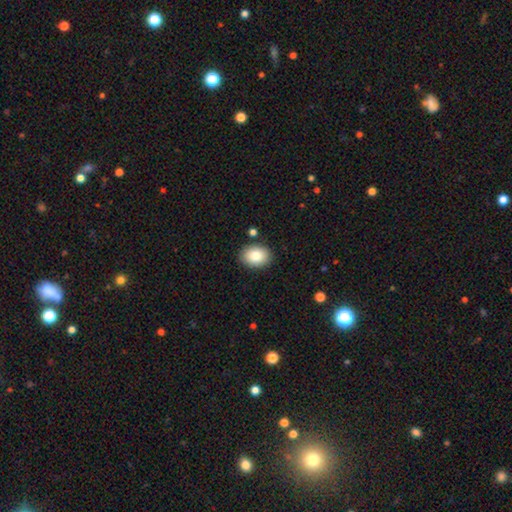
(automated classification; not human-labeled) Q: Smooth or featured?
A: smooth (84%); runner-up: featured or disk (8%)
Q: How rounded?
A: in between (71%); runner-up: round (28%)
Q: Merging?
A: none (87%); runner-up: minor disturbance (8%)